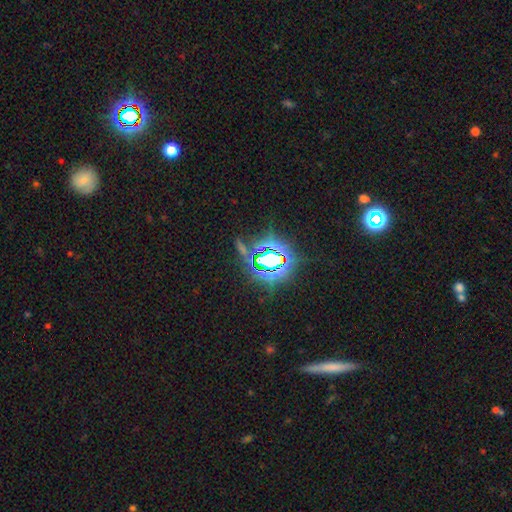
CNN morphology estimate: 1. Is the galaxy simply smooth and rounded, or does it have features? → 79% star or artifact, 13% smooth, 9% featured or disk.